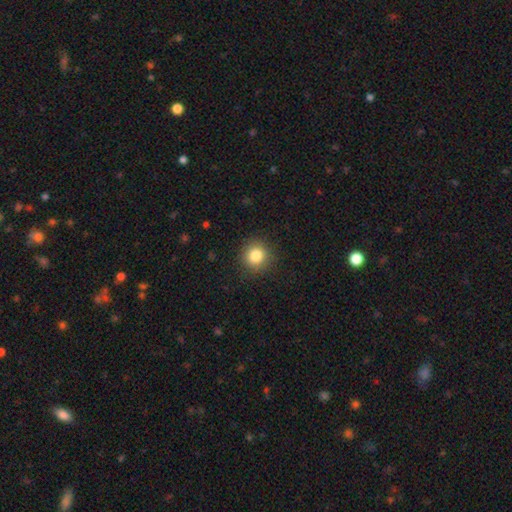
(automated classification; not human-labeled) smooth-or-featured: smooth: 83% | star or artifact: 11% | featured or disk: 6%
  how-rounded: round: 92% | in between: 7% | cigar-shaped: 1%
  merging: none: 90% | minor disturbance: 7% | major disturbance: 2% | merger: 1%